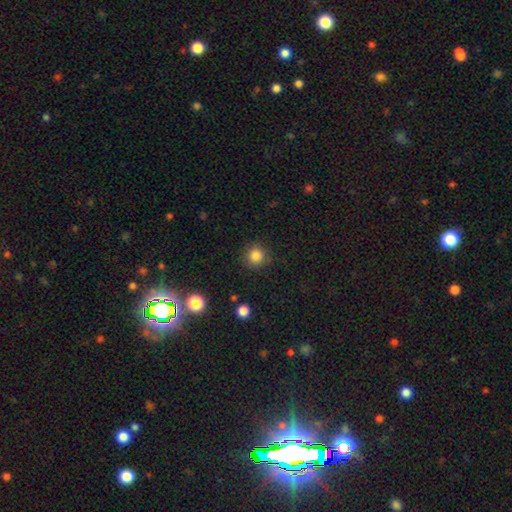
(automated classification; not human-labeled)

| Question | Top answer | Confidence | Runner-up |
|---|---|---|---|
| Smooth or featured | smooth | 84% | star or artifact (12%) |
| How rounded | round | 92% | in between (7%) |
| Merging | none | 89% | minor disturbance (7%) |